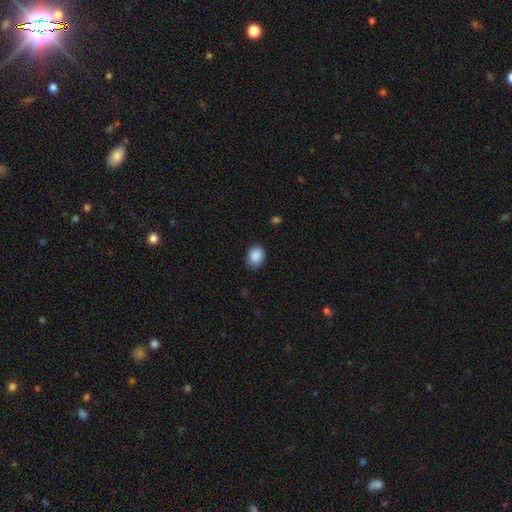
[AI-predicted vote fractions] Smooth or featured? Predicted: smooth (p=0.89). How rounded? Predicted: in between (p=0.63). Merging? Predicted: none (p=0.76).